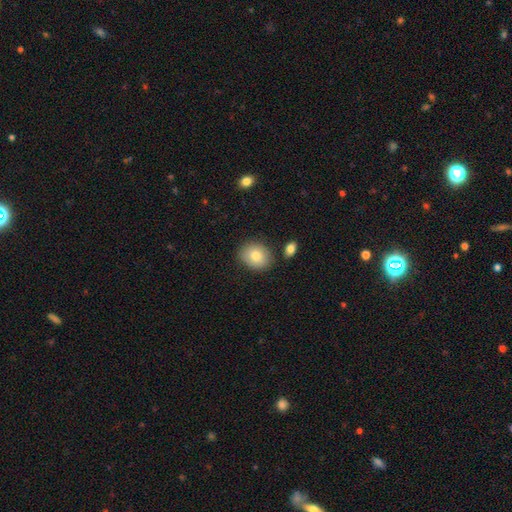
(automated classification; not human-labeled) A smooth galaxy with no disk features (81%) that is in between round and cigar-shaped (57%). Merging: none (80%).